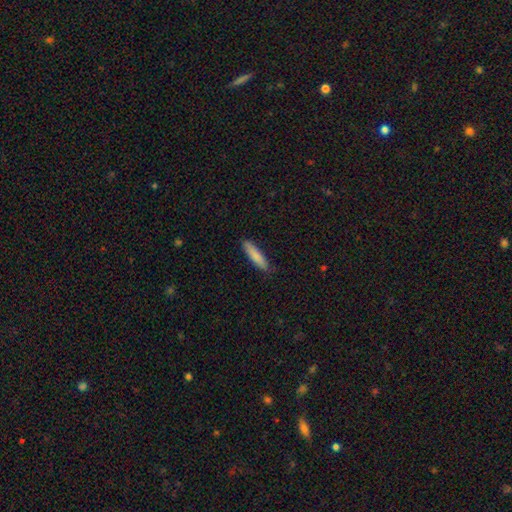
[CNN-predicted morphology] This is clearly a smooth galaxy (85%). How rounded: likely cigar-shaped (79%). Merging: clearly none (87%).